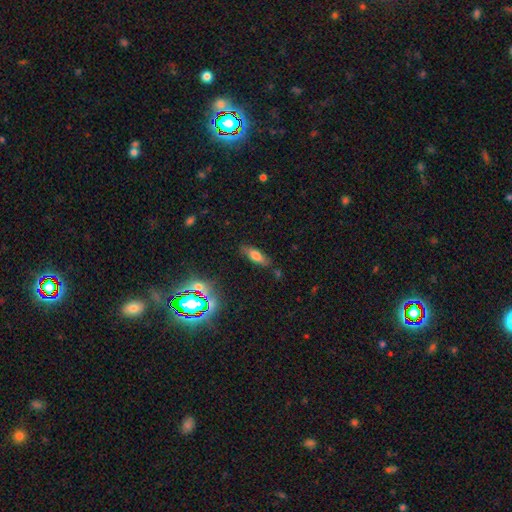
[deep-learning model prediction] Overall: smooth (65%). How rounded: in between (64%; cigar-shaped 33%). Merging: none (79%).